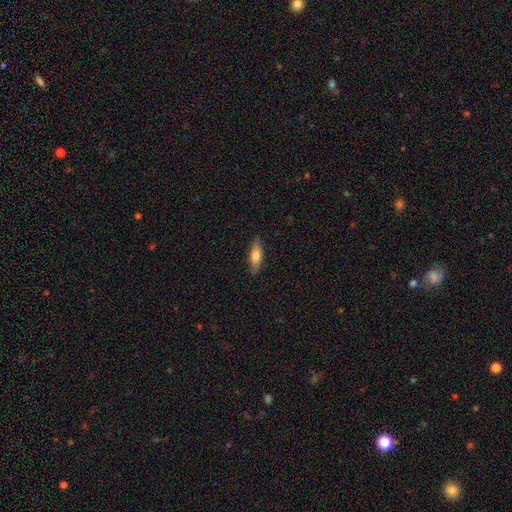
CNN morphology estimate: Smooth or featured? Predicted: smooth (p=0.65). How rounded? Predicted: cigar-shaped (p=0.49). Merging? Predicted: none (p=0.87).